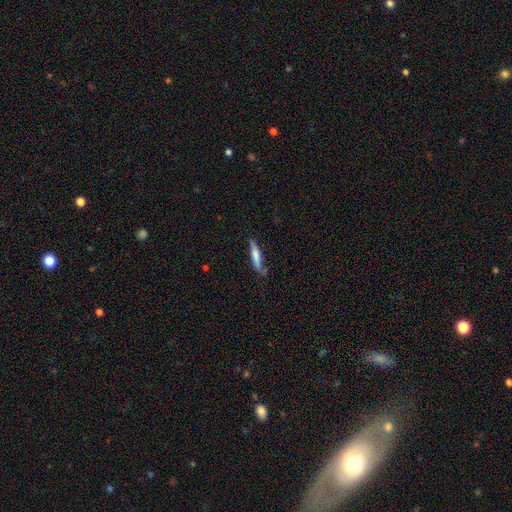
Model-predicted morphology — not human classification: smooth 64%, featured or disk 30%, star or artifact 6%. Down the decision tree: how rounded — cigar-shaped (84%); merging — none (60%).